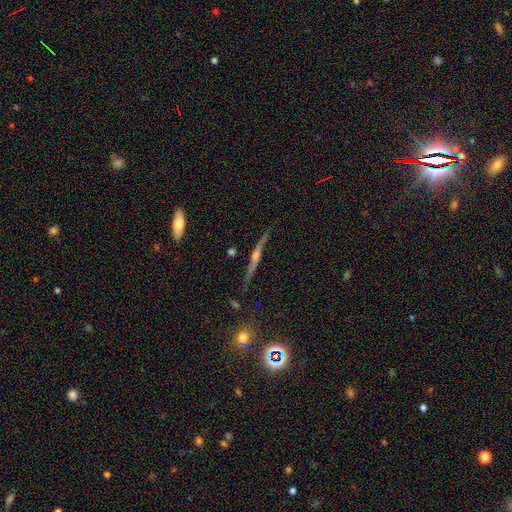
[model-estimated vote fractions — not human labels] Smooth or featured: featured or disk — 65% (star or artifact — 20%)
Edge-on disk: yes — 94% (no — 6%)
Edge-on bulge: rounded — 81% (none — 12%)
Merging: none — 86% (minor disturbance — 8%)